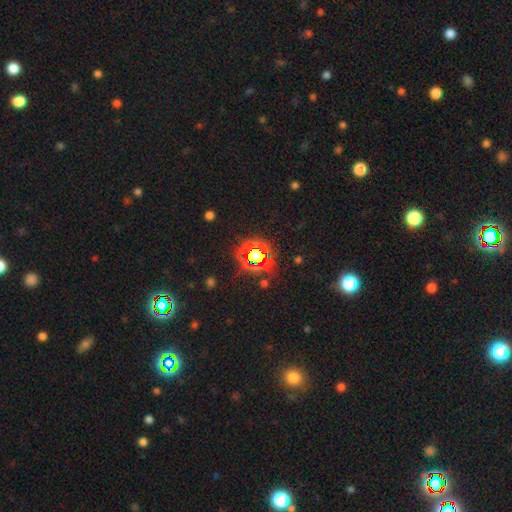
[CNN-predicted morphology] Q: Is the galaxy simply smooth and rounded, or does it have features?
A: star or artifact — 65%.